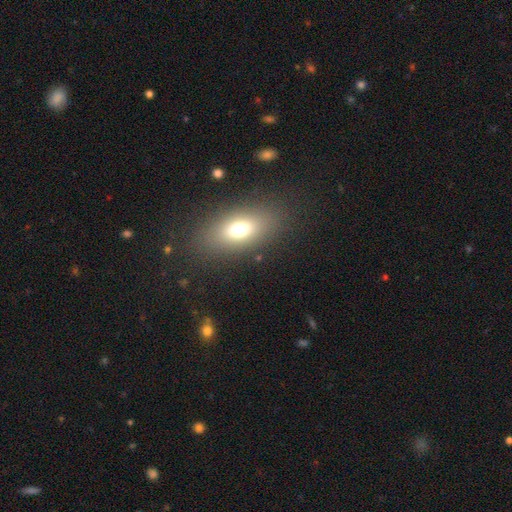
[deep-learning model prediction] smooth_or_featured: smooth (p=0.67) [alt: featured or disk p=0.18]
how_rounded: in between (p=0.79) [alt: cigar-shaped p=0.13]
merging: none (p=0.86) [alt: minor disturbance p=0.09]